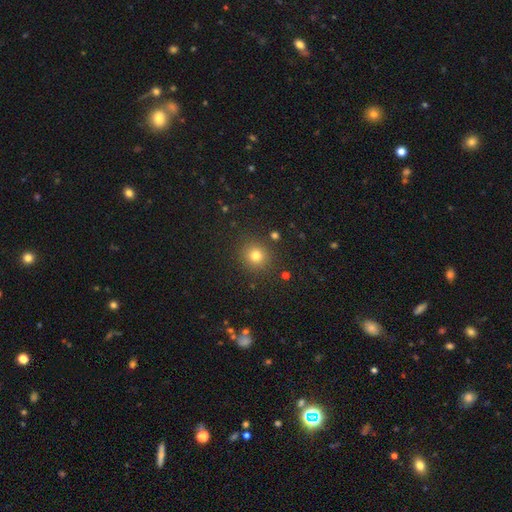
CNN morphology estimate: A smooth galaxy with no disk features (78%) that is round (91%). Merging: none (88%).